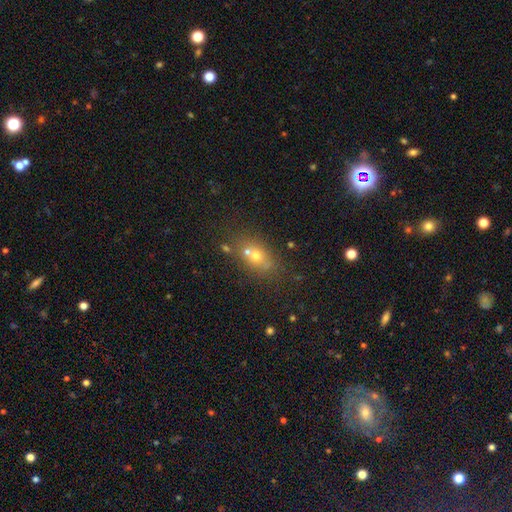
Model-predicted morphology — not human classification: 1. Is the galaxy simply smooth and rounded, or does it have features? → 57% smooth, 22% featured or disk, 21% star or artifact.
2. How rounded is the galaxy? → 51% in between, 45% round, 5% cigar-shaped.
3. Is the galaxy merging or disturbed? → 52% none, 31% merger, 11% minor disturbance, 6% major disturbance.